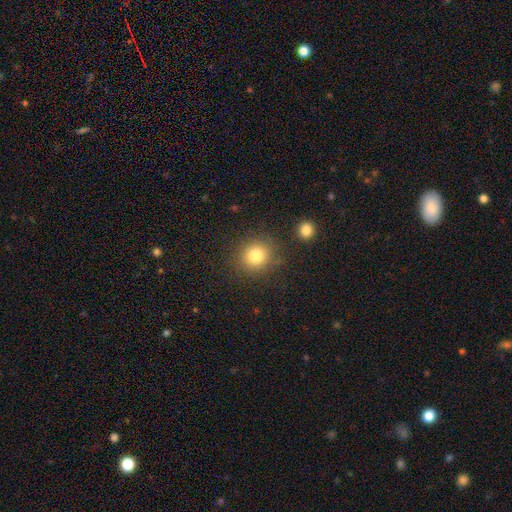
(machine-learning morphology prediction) smooth_or_featured: smooth (p=0.81) [alt: star or artifact p=0.12]
how_rounded: round (p=0.87) [alt: in between p=0.12]
merging: none (p=0.84) [alt: minor disturbance p=0.09]